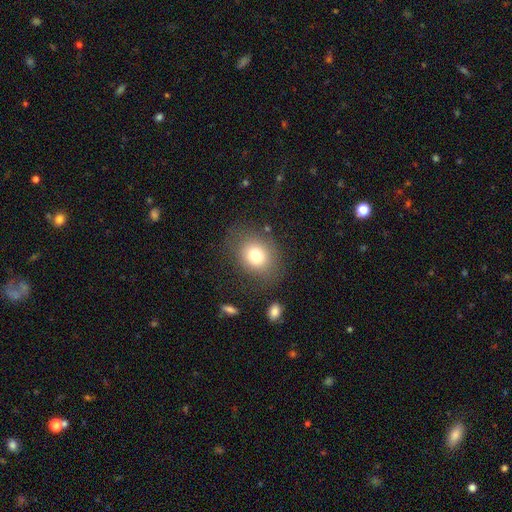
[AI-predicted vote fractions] Q: Smooth or featured?
A: smooth (77%); runner-up: featured or disk (12%)
Q: How rounded?
A: round (57%); runner-up: in between (42%)
Q: Merging?
A: none (75%); runner-up: minor disturbance (15%)